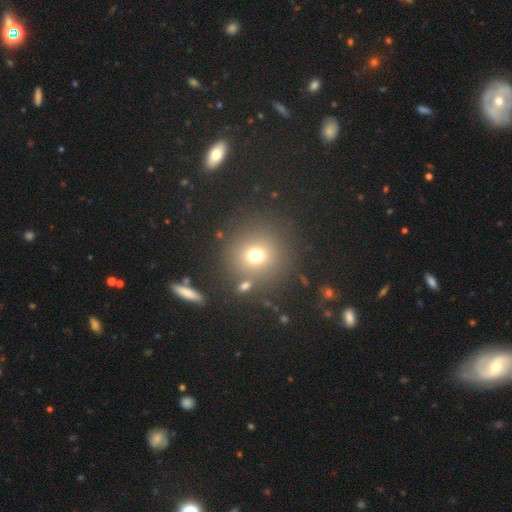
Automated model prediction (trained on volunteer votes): This is likely a smooth galaxy (71%). How rounded: clearly round (91%). Merging: likely none (79%).